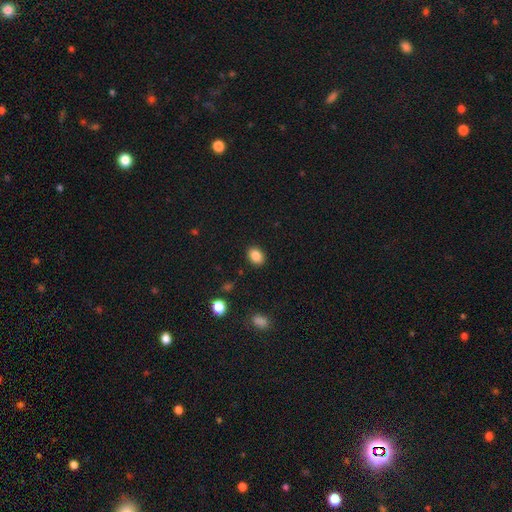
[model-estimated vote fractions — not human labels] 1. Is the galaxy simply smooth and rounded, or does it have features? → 86% smooth, 9% star or artifact, 5% featured or disk.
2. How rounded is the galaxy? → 69% in between, 30% round, 1% cigar-shaped.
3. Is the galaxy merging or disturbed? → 89% none, 8% minor disturbance, 2% major disturbance, 1% merger.